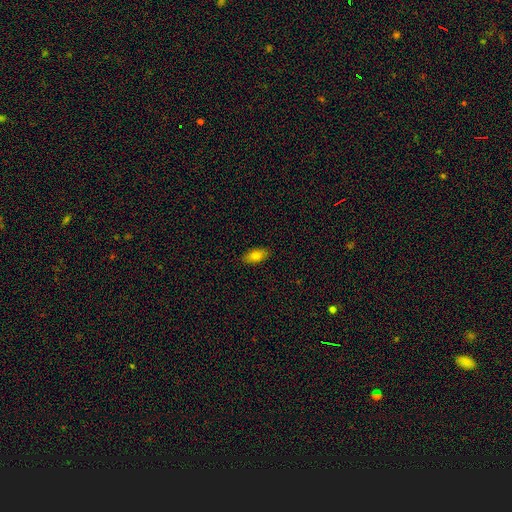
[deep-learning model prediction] smooth_or_featured: smooth (p=0.79) [alt: featured or disk p=0.13]
how_rounded: in between (p=0.90) [alt: cigar-shaped p=0.07]
merging: none (p=0.88) [alt: minor disturbance p=0.09]